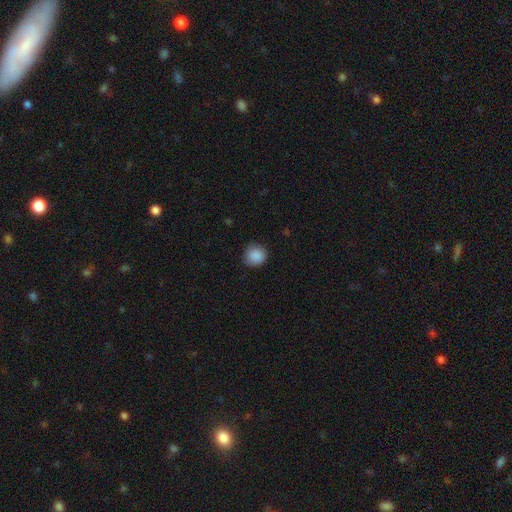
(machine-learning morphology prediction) smooth-or-featured: smooth: 89% | star or artifact: 8% | featured or disk: 3%
  how-rounded: round: 90% | in between: 10% | cigar-shaped: 1%
  merging: none: 86% | minor disturbance: 10% | major disturbance: 2% | merger: 1%